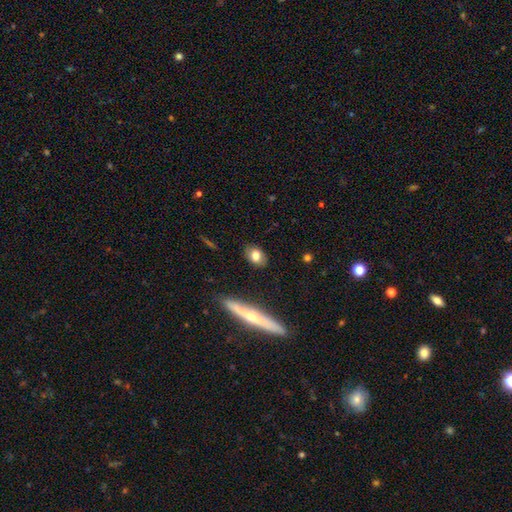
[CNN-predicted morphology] Smooth or featured: smooth — 78% (featured or disk — 14%)
How rounded: in between — 74% (round — 22%)
Merging: none — 84% (minor disturbance — 11%)